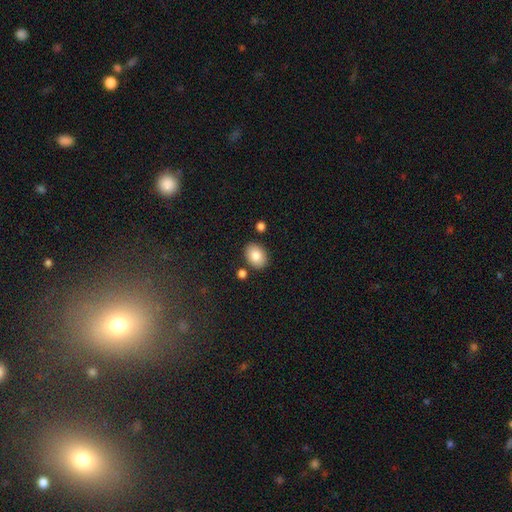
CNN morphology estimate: This appears to be a smooth galaxy with no disk features (84%) that is in between round and cigar-shaped (75%). Merging: none (84%).